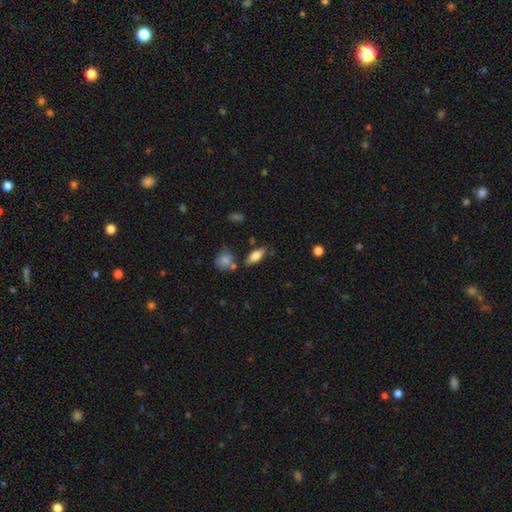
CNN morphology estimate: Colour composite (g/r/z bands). It shows a smooth galaxy with no disk features (75%) that is in between round and cigar-shaped (78%). Merging: none (74%).